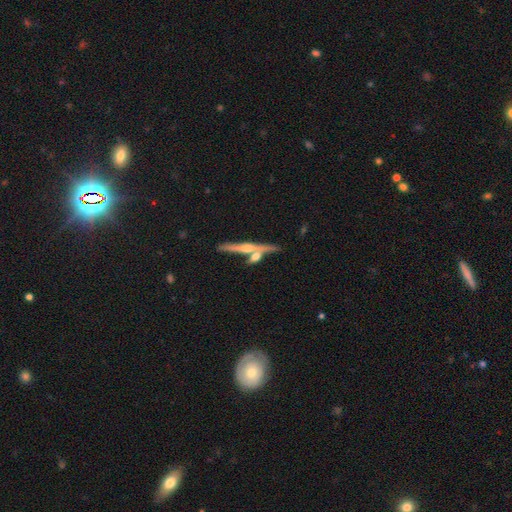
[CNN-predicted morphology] featured or disk 63%, smooth 30%, star or artifact 7%. Down the decision tree: edge-on disk — yes (92%); edge-on bulge — rounded (79%); merging — none (55%).